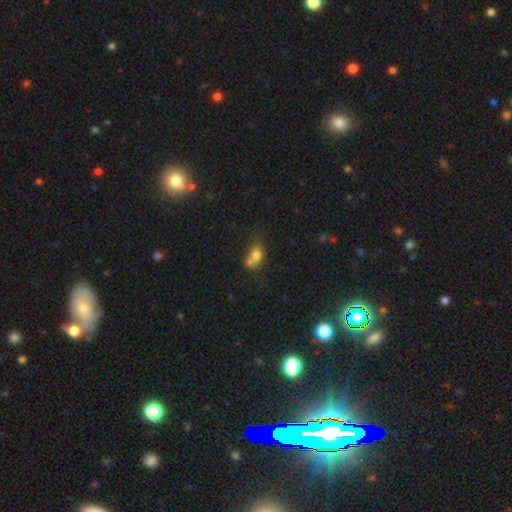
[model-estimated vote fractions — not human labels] Smooth or featured?
  - smooth: 75% *
  - featured or disk: 14%
  - star or artifact: 11%
How rounded?
  - in between: 65% *
  - round: 32%
  - cigar-shaped: 2%
Merging?
  - merger: 39% *
  - none: 32%
  - minor disturbance: 19%
  - major disturbance: 10%